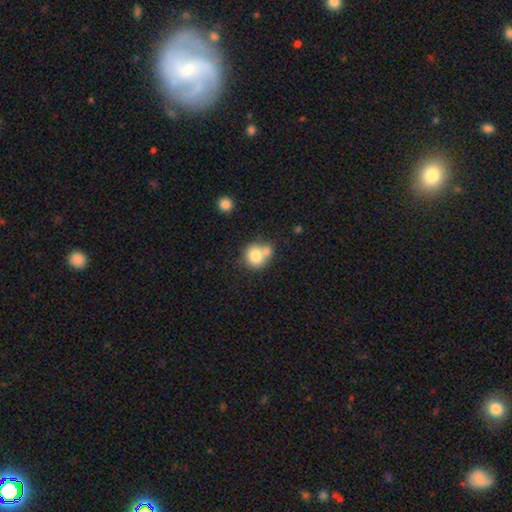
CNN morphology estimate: smooth 77%, featured or disk 14%, star or artifact 10%. Down the decision tree: how rounded — round (82%); merging — none (43%).